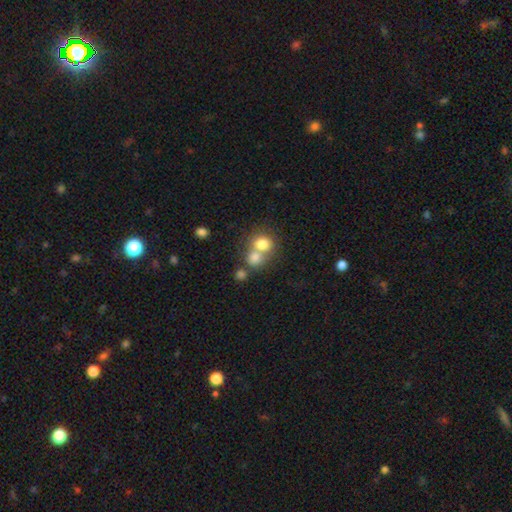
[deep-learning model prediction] Overall: smooth (71%). How rounded: round (76%). Merging: merger (57%; none 34%).